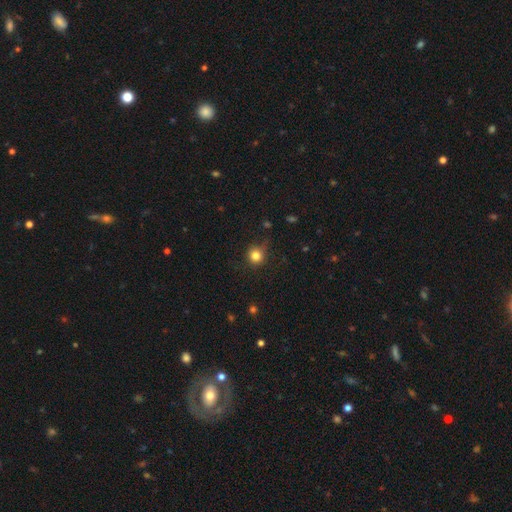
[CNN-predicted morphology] Smooth or featured? Predicted: smooth (p=0.82). How rounded? Predicted: round (p=0.92). Merging? Predicted: none (p=0.78).